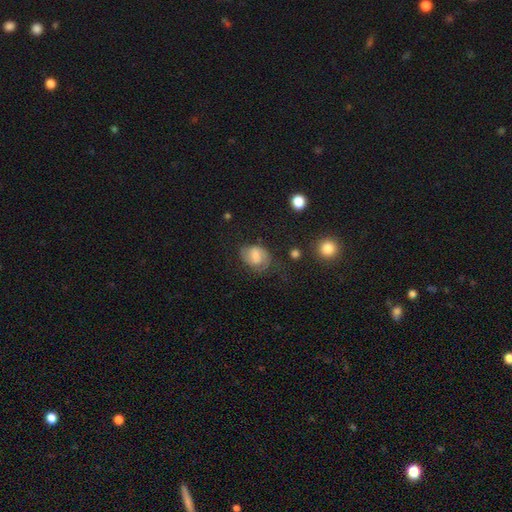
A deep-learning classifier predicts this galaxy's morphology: This is possibly a smooth galaxy (49%). Merging: possibly none (53%).